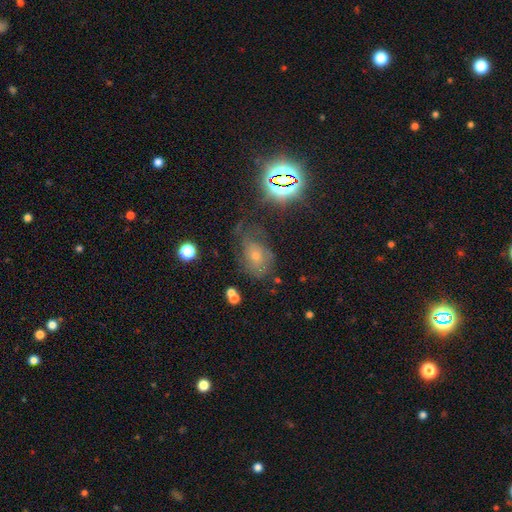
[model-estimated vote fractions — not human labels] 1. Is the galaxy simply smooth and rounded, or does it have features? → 42% featured or disk, 38% smooth, 20% star or artifact.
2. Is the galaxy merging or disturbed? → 41% none, 29% minor disturbance, 26% major disturbance, 4% merger.